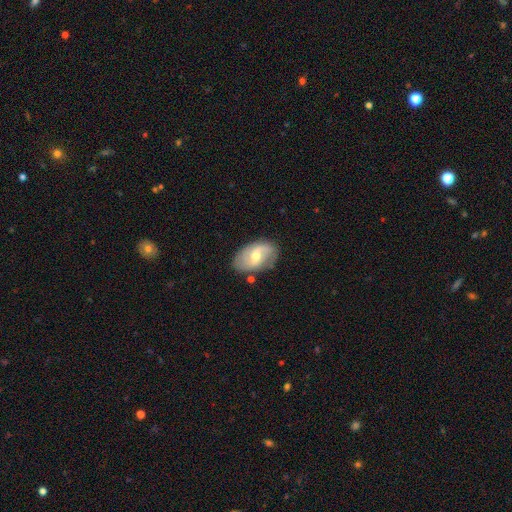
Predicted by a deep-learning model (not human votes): This is likely a featured or disk galaxy (67%). It is clearly not viewed edge-on (95%). Bar: possibly weak (54%). Spiral arm pattern: clearly yes (81%). Spiral arm count: likely 2 (78%). Spiral winding: marginally loose (41%). Central bulge: likely moderate (64%). Merging: likely none (75%).